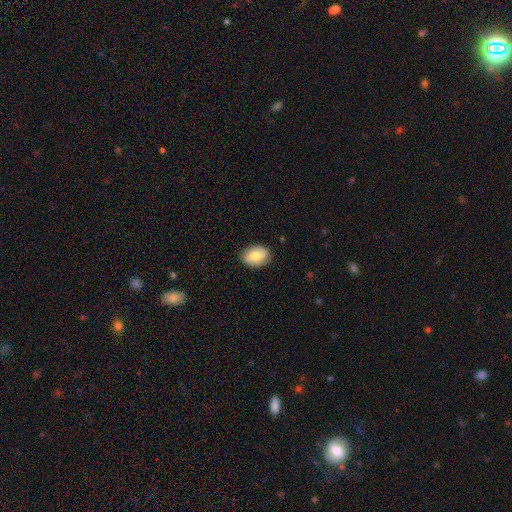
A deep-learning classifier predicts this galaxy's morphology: This appears to be a smooth galaxy with no disk features (75%) that is in between round and cigar-shaped (73%). Merging: none (87%).